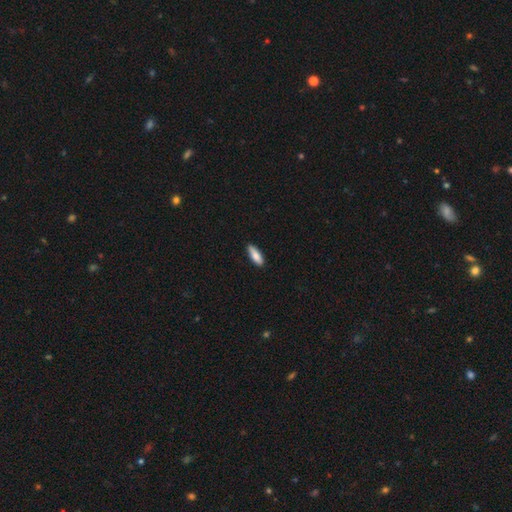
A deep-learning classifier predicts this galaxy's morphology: smooth-or-featured: smooth: 83% | featured or disk: 11% | star or artifact: 6%
  how-rounded: in between: 58% | cigar-shaped: 40% | round: 2%
  merging: none: 84% | minor disturbance: 13% | major disturbance: 2% | merger: 1%